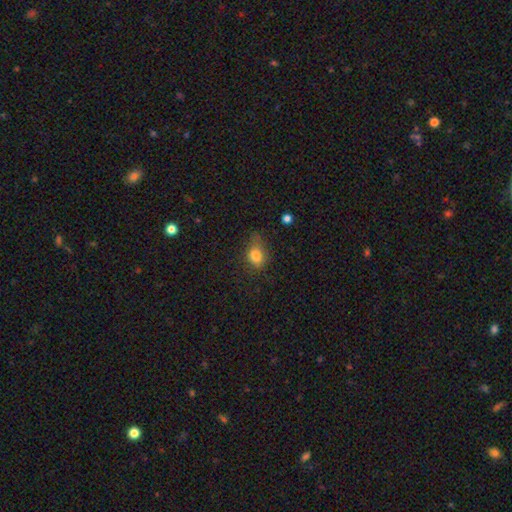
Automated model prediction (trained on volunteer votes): The model was most divided on "merging": none: 46%, minor disturbance: 34%, major disturbance: 17%, merger: 3%. More confident: smooth or featured — smooth (79%); how rounded — in between (61%).